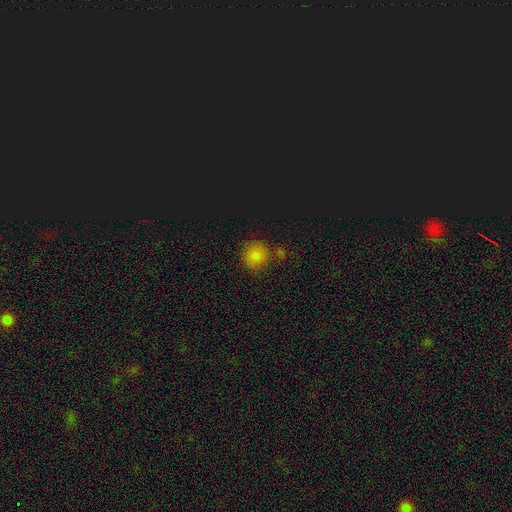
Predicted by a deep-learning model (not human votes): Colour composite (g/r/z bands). It shows a smooth galaxy with no disk features (77%) that is round (91%). Merging: none (76%).